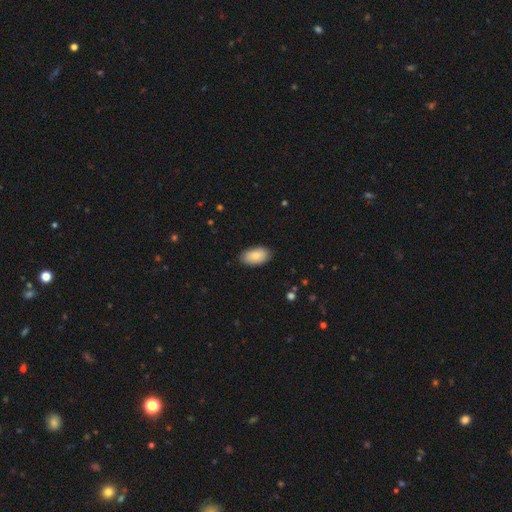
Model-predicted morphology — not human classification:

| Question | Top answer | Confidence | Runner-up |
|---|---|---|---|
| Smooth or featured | smooth | 84% | featured or disk (9%) |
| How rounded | in between | 95% | round (4%) |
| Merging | none | 87% | minor disturbance (10%) |